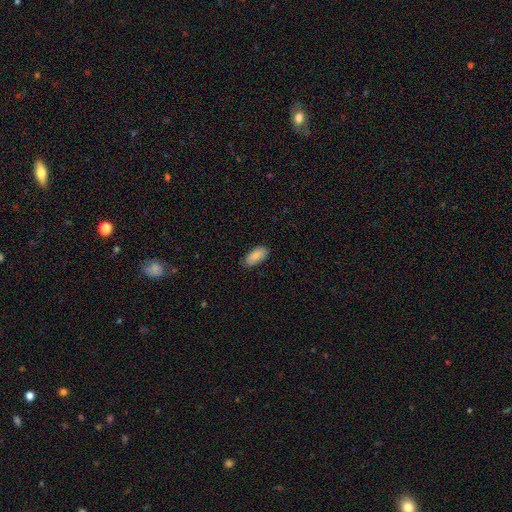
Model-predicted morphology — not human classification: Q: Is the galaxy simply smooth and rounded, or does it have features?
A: smooth — 86%.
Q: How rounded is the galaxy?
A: in between — 92%.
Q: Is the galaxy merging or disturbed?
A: none — 84%.